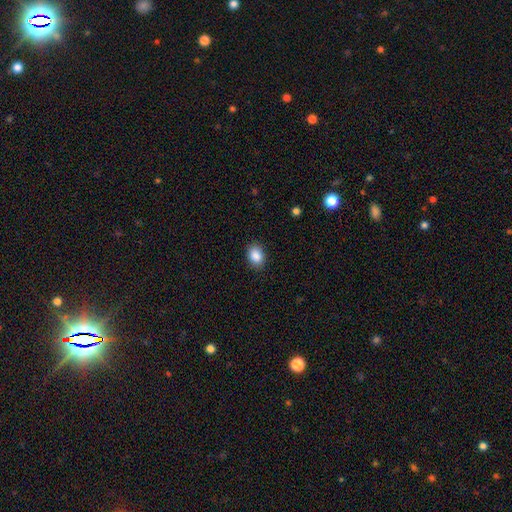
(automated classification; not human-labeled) Overall: smooth (88%). How rounded: in between (67%; round 32%). Merging: none (88%).